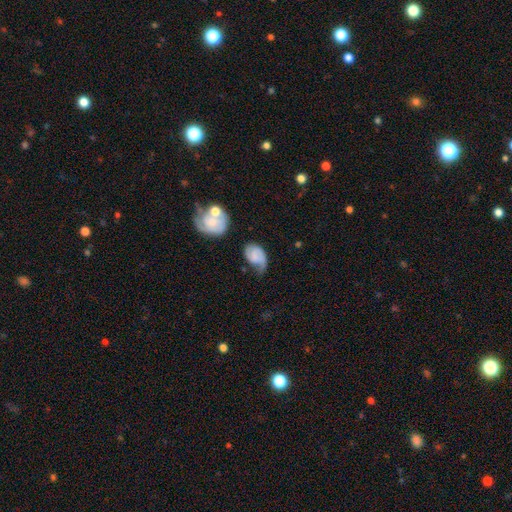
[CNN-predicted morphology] Smooth or featured? Predicted: featured or disk (p=0.46, tied with smooth). Merging? Predicted: minor disturbance (p=0.37).